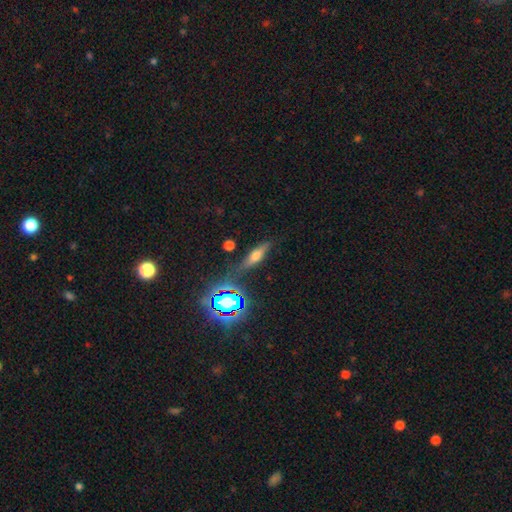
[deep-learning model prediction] This is marginally a smooth galaxy (45%). Merging: likely none (76%).